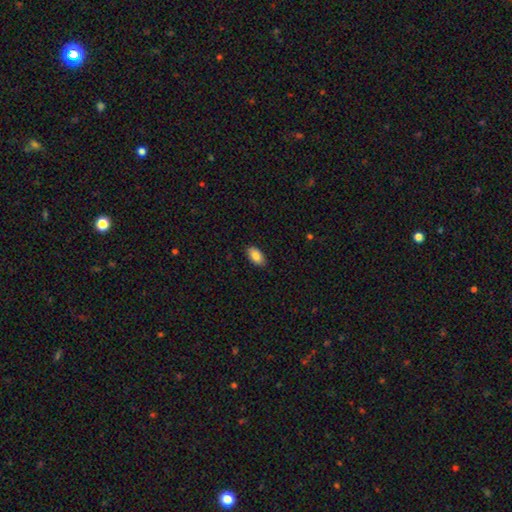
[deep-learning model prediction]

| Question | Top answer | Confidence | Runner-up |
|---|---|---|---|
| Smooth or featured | smooth | 86% | featured or disk (7%) |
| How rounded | in between | 93% | round (4%) |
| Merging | none | 86% | minor disturbance (11%) |